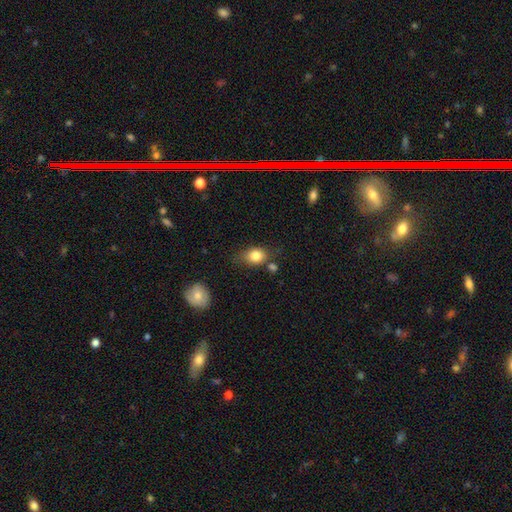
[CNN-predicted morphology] smooth-or-featured: smooth: 82% | featured or disk: 9% | star or artifact: 9%
  how-rounded: in between: 60% | round: 38% | cigar-shaped: 2%
  merging: none: 60% | minor disturbance: 24% | merger: 9% | major disturbance: 7%